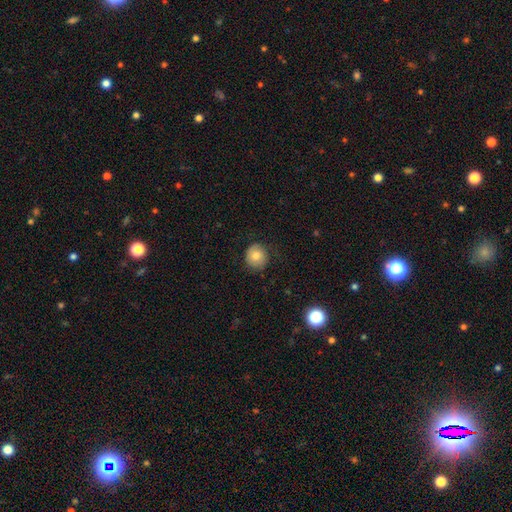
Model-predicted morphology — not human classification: This is likely a smooth galaxy (77%). How rounded: clearly round (85%). Merging: likely none (79%).